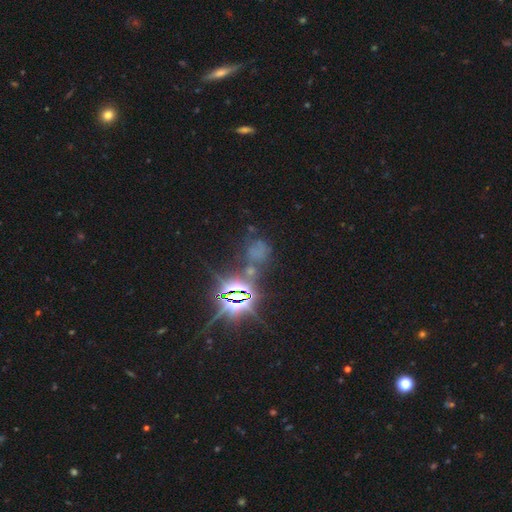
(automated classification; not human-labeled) Smooth or featured? star or artifact (78%)